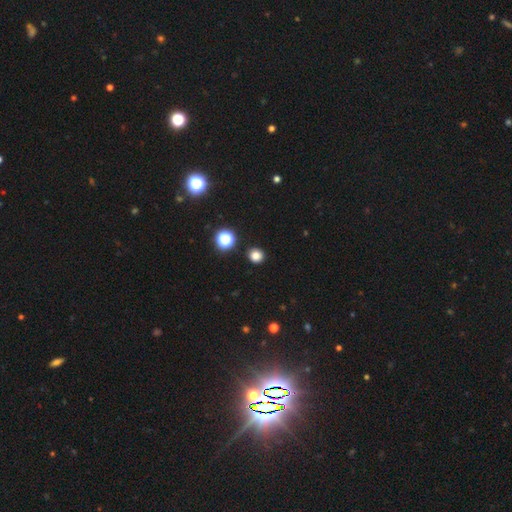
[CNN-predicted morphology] This is clearly a smooth galaxy (81%). How rounded: clearly round (89%). Merging: clearly none (92%).